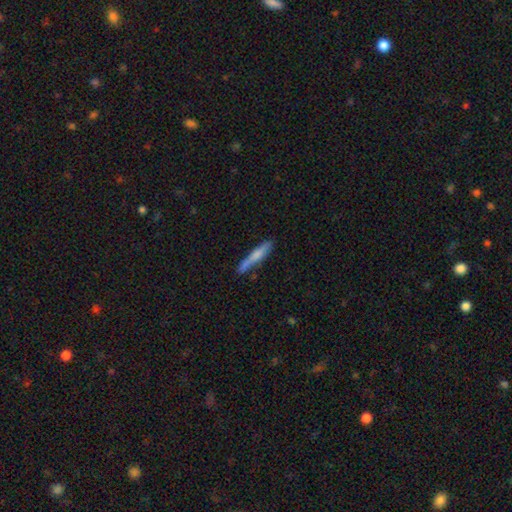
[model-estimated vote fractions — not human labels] smooth_or_featured: smooth (p=0.62) [alt: featured or disk p=0.32]
how_rounded: cigar-shaped (p=0.92) [alt: in between p=0.07]
merging: none (p=0.72) [alt: minor disturbance p=0.19]